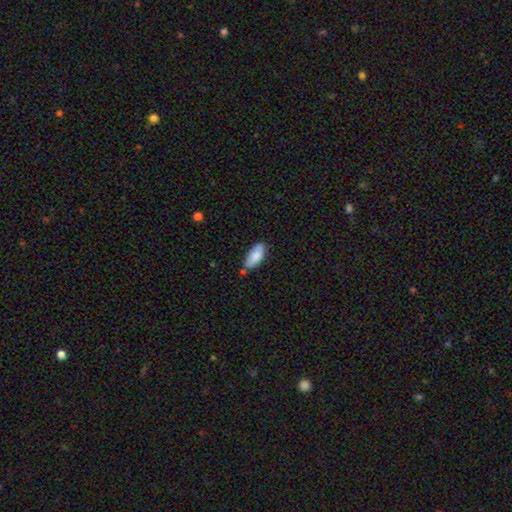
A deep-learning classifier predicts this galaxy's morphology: The model was most divided on "merging": none: 69%, minor disturbance: 21%, merger: 6%, major disturbance: 4%. More confident: how rounded — in between (85%); smooth or featured — smooth (84%).